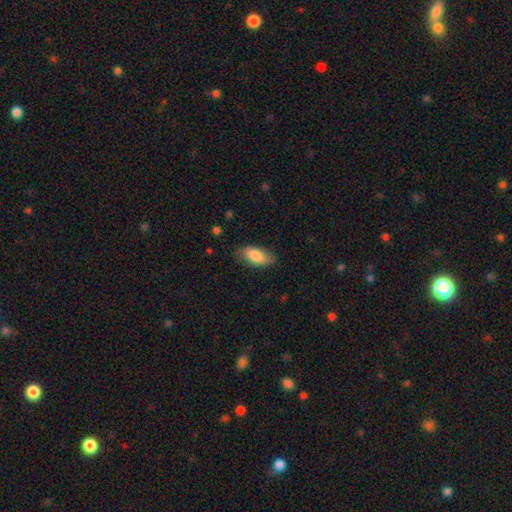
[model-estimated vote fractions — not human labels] Smooth or featured?
  - smooth: 84% *
  - featured or disk: 10%
  - star or artifact: 6%
How rounded?
  - in between: 90% *
  - cigar-shaped: 8%
  - round: 3%
Merging?
  - none: 79% *
  - minor disturbance: 16%
  - major disturbance: 4%
  - merger: 1%